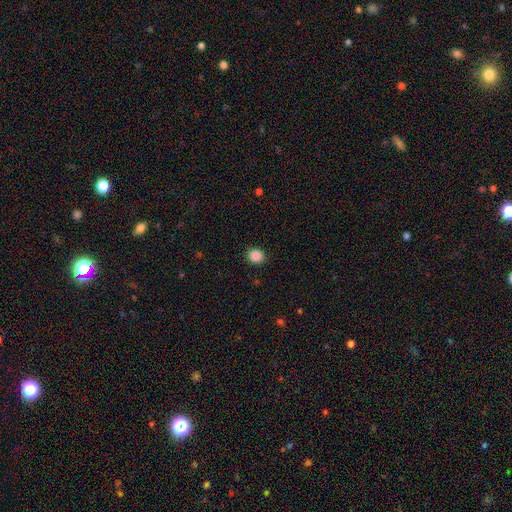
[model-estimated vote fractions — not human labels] Morphology: type=smooth (88%); roundness=round (76%); merging=none (91%).